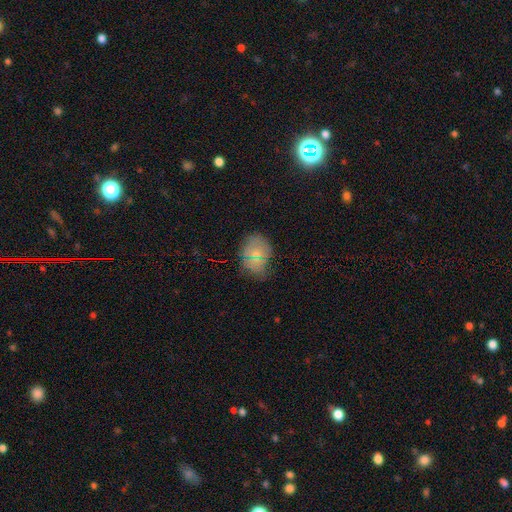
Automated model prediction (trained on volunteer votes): smooth-or-featured: smooth: 62% | featured or disk: 20% | star or artifact: 18%
  how-rounded: in between: 60% | round: 38% | cigar-shaped: 2%
  merging: none: 68% | minor disturbance: 23% | major disturbance: 7% | merger: 3%